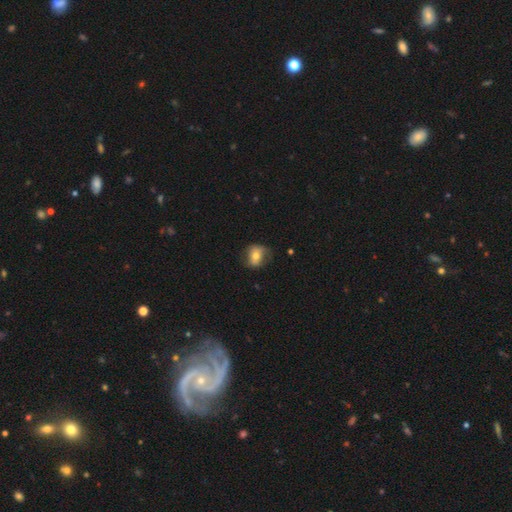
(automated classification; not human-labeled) smooth 58%, featured or disk 34%, star or artifact 8%. Down the decision tree: how rounded — in between (51%); merging — none (64%).